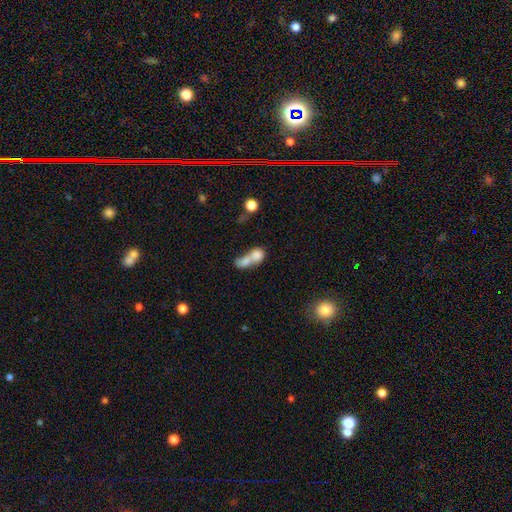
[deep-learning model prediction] A smooth galaxy with no disk features (72%) that is in between round and cigar-shaped (55%). Merging: merger (76%).